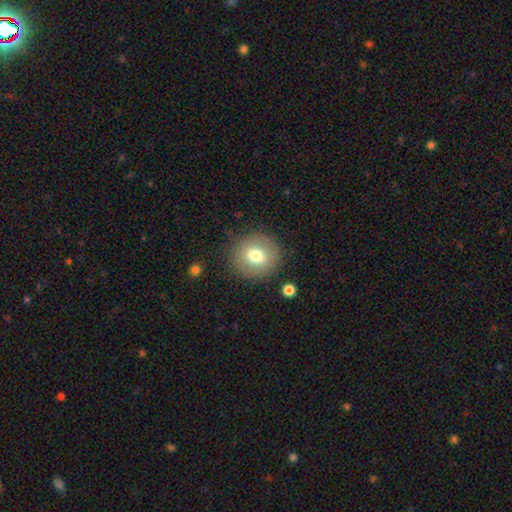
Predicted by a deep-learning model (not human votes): Smooth or featured: smooth — 72% (featured or disk — 18%)
How rounded: round — 91% (in between — 8%)
Merging: none — 87% (minor disturbance — 8%)